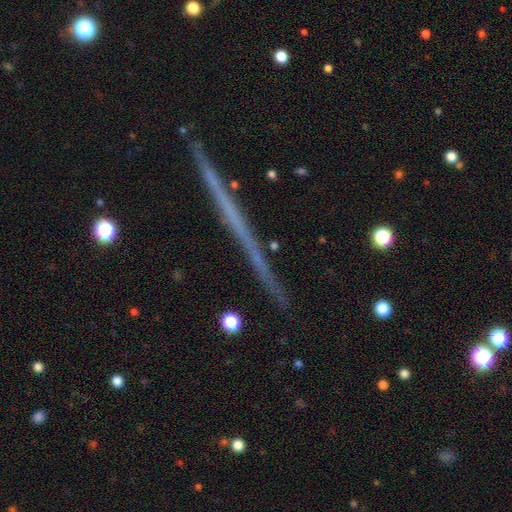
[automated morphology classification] smooth-or-featured: featured or disk: 67% | smooth: 24% | star or artifact: 8%
  disk-edge-on: yes: 98% | no: 2%
    edge-on-bulge: none: 91% | rounded: 5% | boxy: 3%
  merging: none: 91% | minor disturbance: 6% | major disturbance: 1% | merger: 1%